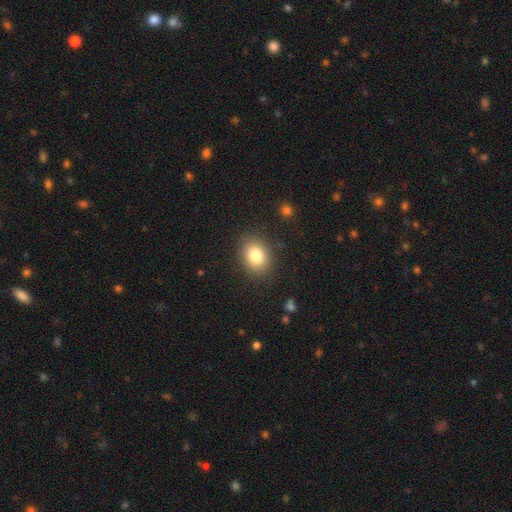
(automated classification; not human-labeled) A smooth galaxy with no disk features (82%) that is in between round and cigar-shaped (56%).

Vote fractions:
- Smooth or featured? smooth: 82% / star or artifact: 9% / featured or disk: 8%
- How rounded? in between: 56% / round: 43% / cigar-shaped: 1%
- Merging? none: 86% / minor disturbance: 10% / major disturbance: 3% / merger: 1%